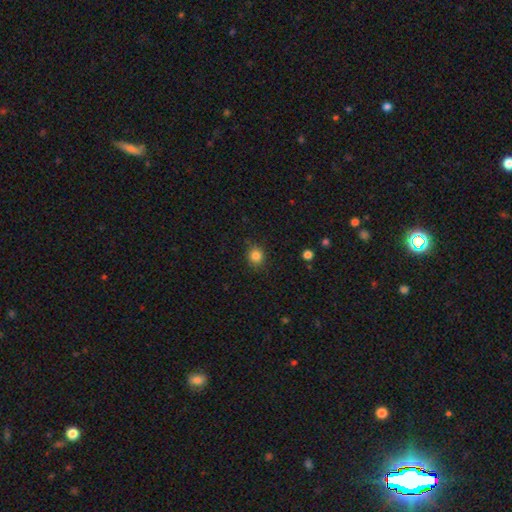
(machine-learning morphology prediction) Overall: smooth (84%). How rounded: round (83%). Merging: none (85%).